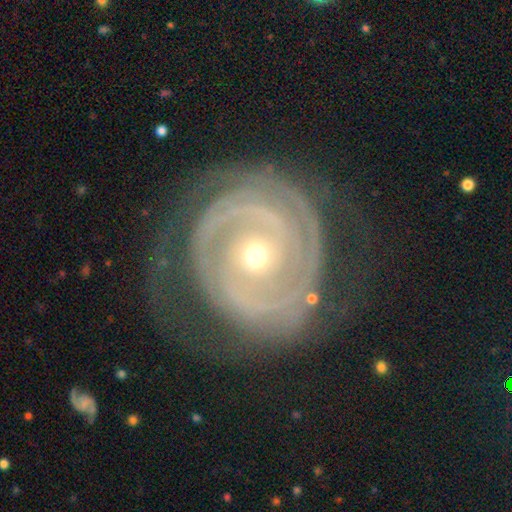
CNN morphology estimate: featured or disk 88%, smooth 6%, star or artifact 6%. Down the decision tree: edge-on disk — no (97%); bar — no (71%); spiral arms — yes (95%); spiral arm count — 2 (41%); spiral winding — tight (79%); bulge size — small (61%); merging — none (67%).